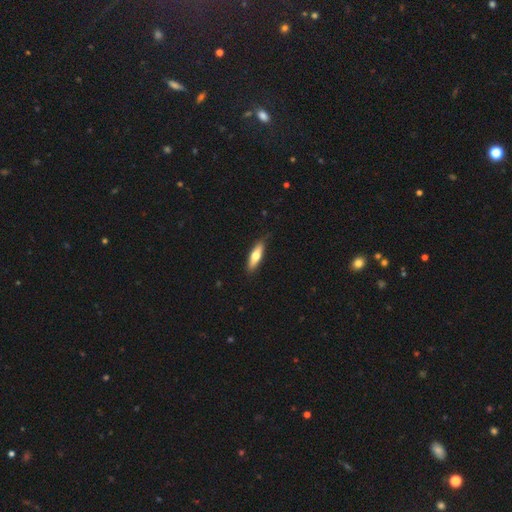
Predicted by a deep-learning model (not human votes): Overall: smooth (62%; featured or disk 32%). How rounded: cigar-shaped (58%; in between 40%). Merging: none (86%).